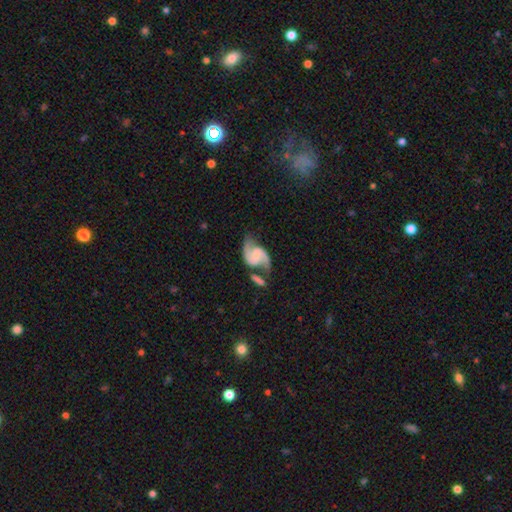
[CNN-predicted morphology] smooth_or_featured: featured or disk (p=0.86) [alt: smooth p=0.09]
disk_edge_on: no (p=0.98) [alt: yes p=0.02]
bar: no (p=0.52) [alt: weak p=0.35]
has_spiral_arms: yes (p=0.96) [alt: no p=0.04]
spiral_winding: loose (p=0.49) [alt: medium p=0.40]
spiral_arm_count: 2 (p=0.93) [alt: 1 p=0.02]
bulge_size: none (p=0.57) [alt: small p=0.27]
merging: none (p=0.48) [alt: minor disturbance p=0.20]